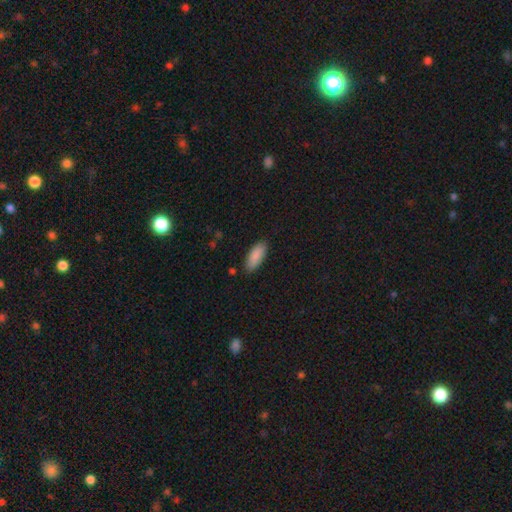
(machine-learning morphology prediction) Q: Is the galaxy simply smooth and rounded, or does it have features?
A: smooth — 89%.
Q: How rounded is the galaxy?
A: in between — 79%.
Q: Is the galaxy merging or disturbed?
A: none — 85%.